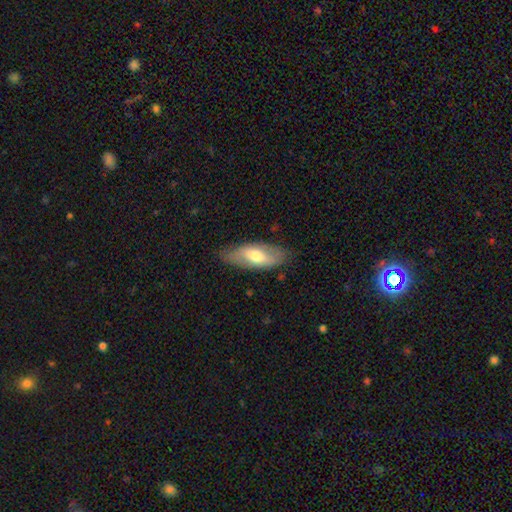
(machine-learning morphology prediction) smooth_or_featured: smooth (p=0.56) [alt: featured or disk p=0.39]
how_rounded: in between (p=0.81) [alt: cigar-shaped p=0.16]
merging: none (p=0.77) [alt: minor disturbance p=0.18]